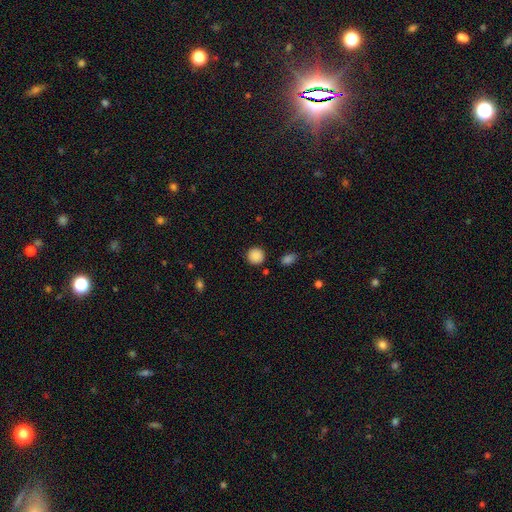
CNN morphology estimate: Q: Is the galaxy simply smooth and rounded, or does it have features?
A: smooth — 88%.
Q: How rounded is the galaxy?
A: round — 93%.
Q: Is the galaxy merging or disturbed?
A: none — 88%.